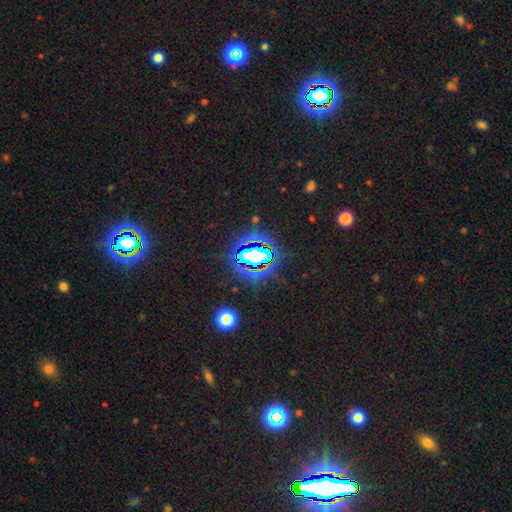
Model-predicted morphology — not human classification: Smooth or featured: star or artifact — 73% (smooth — 15%)